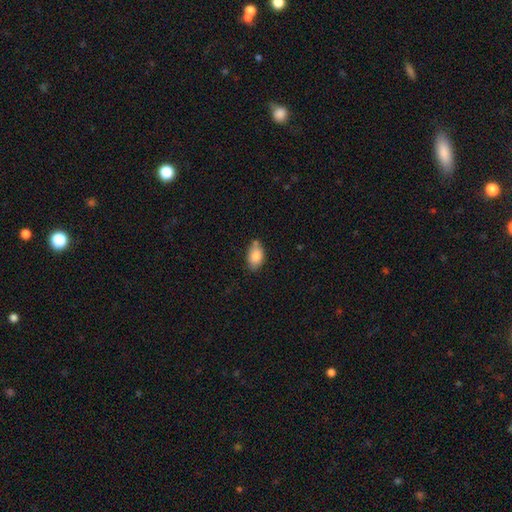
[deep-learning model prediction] smooth_or_featured: smooth (p=0.85) [alt: featured or disk p=0.08]
how_rounded: in between (p=0.91) [alt: round p=0.08]
merging: none (p=0.68) [alt: minor disturbance p=0.21]